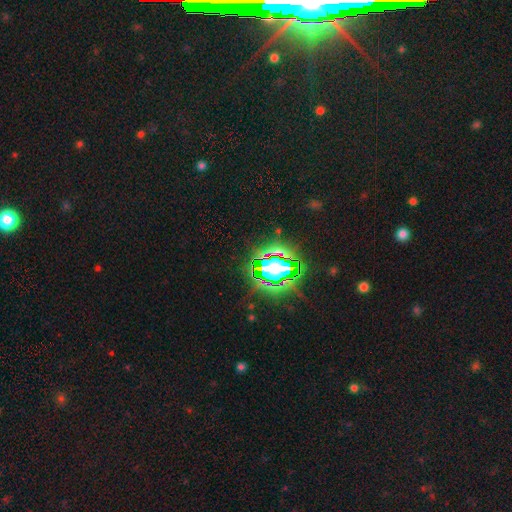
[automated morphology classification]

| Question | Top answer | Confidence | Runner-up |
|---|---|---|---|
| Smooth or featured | star or artifact | 83% | smooth (10%) |